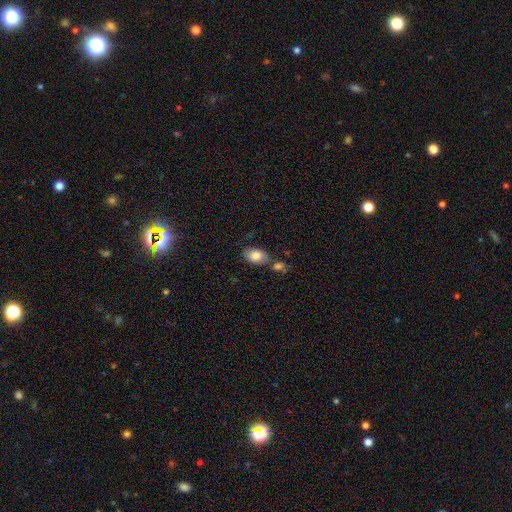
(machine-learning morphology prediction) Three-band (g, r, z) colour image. It shows a smooth galaxy with no disk features (83%) that is in between round and cigar-shaped (87%). Merging: none (56%).